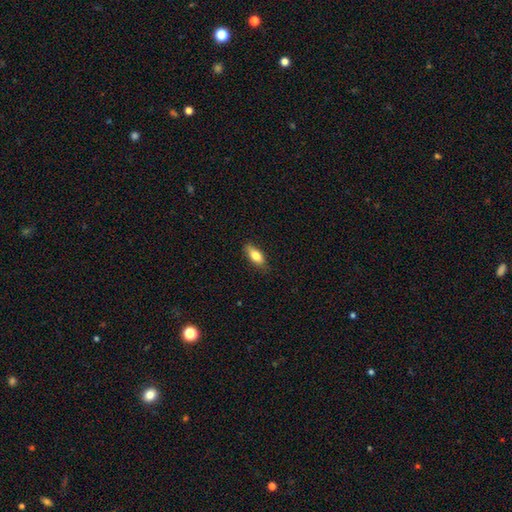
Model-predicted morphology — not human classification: type=smooth (78%); roundness=in between (77%); merging=none (81%).